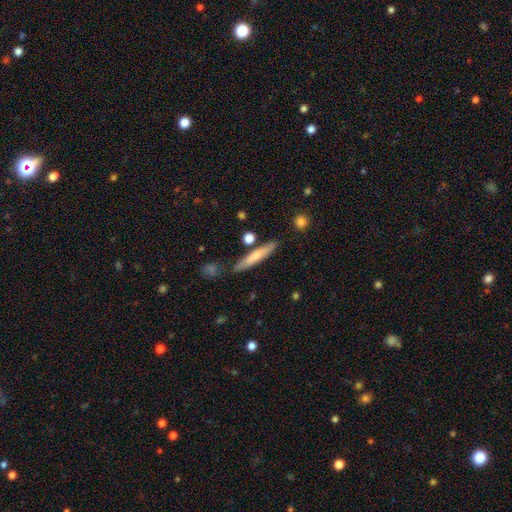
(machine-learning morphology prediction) Smooth or featured? Predicted: smooth (p=0.69). How rounded? Predicted: cigar-shaped (p=0.91). Merging? Predicted: none (p=0.80).